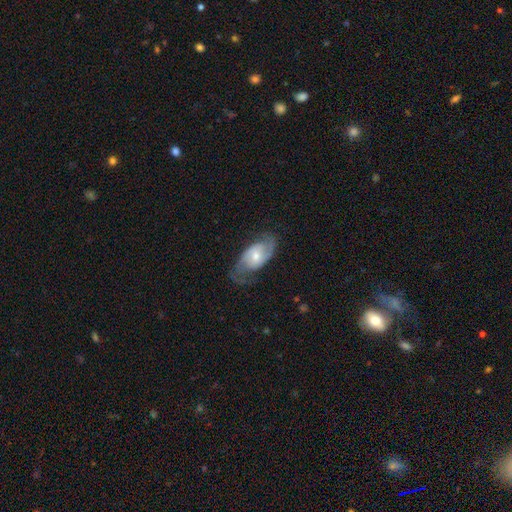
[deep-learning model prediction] A featured or disk galaxy (80%) with no bar (53%), 2 (87%) medium (49%) spiral arms (93%) and a moderate central bulge (53%). Merging: none (69%).